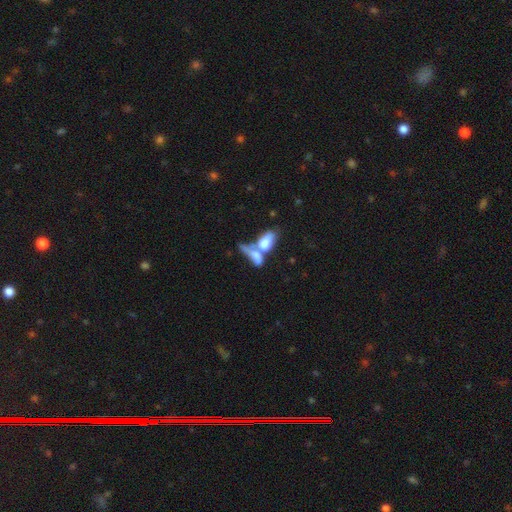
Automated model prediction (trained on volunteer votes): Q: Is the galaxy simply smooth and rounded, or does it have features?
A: smooth — 64%.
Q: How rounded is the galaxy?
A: in between — 81%.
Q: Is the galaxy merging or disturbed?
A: merger — 72%.